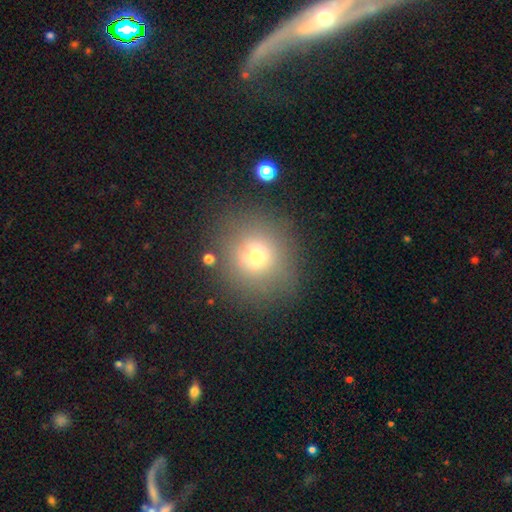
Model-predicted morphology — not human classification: Overall: smooth (70%). How rounded: round (87%). Merging: none (81%).